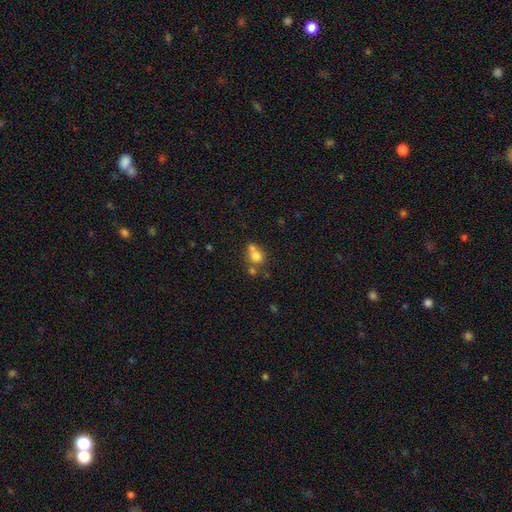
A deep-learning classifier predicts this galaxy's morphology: Smooth or featured: smooth — 72% (featured or disk — 15%)
How rounded: round — 76% (in between — 22%)
Merging: merger — 50% (none — 37%)